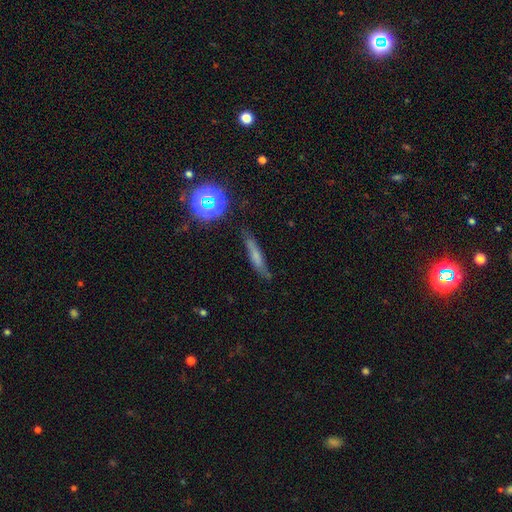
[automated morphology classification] Overall: smooth (52%; featured or disk 32%). How rounded: cigar-shaped (83%). Merging: none (72%).